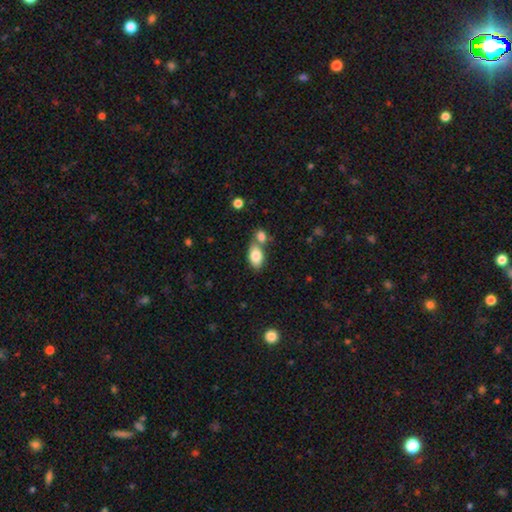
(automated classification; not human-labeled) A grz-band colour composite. It shows a smooth galaxy with no disk features (82%) that is in between round and cigar-shaped (90%). Merging: none (48%).